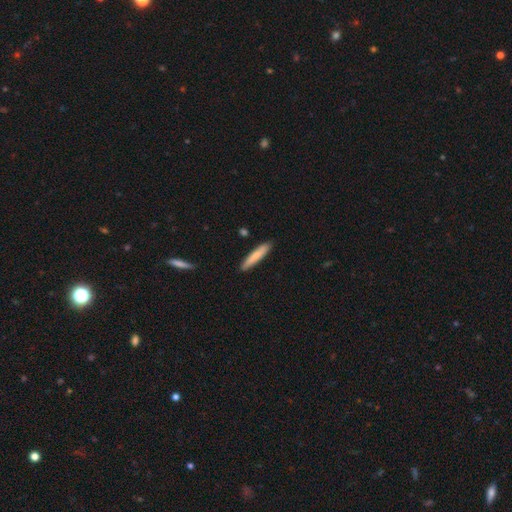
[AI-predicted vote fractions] Smooth or featured? smooth (79%)
How rounded? cigar-shaped (90%)
Merging? none (89%)